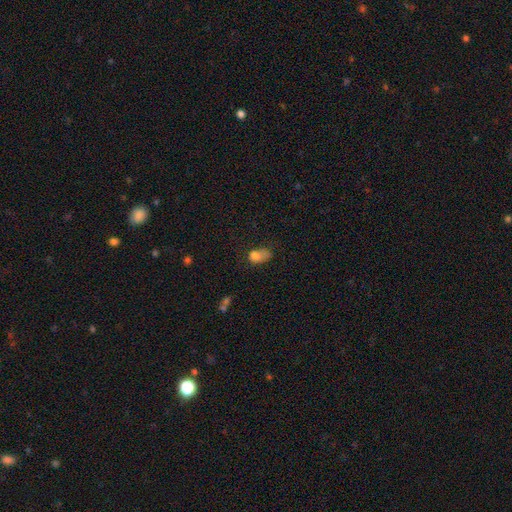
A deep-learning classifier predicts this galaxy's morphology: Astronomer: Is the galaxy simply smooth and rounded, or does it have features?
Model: smooth — 76%.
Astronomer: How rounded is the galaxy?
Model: in between — 81%.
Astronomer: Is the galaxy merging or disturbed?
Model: major disturbance — 30%, tied with minor disturbance at 30%.